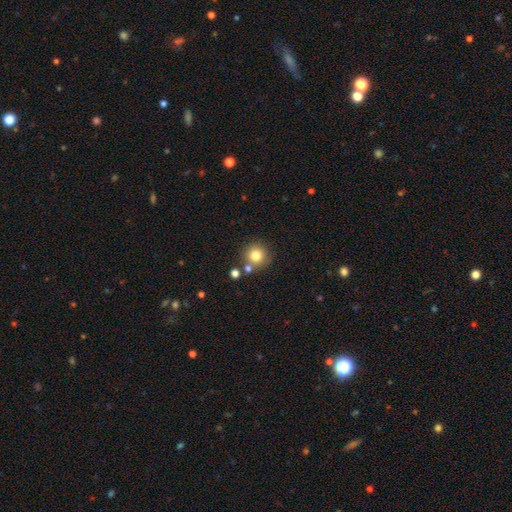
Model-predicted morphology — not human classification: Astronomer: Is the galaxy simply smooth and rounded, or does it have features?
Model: smooth — 80%.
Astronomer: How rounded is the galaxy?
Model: round — 93%.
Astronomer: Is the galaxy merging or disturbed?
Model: none — 76%.